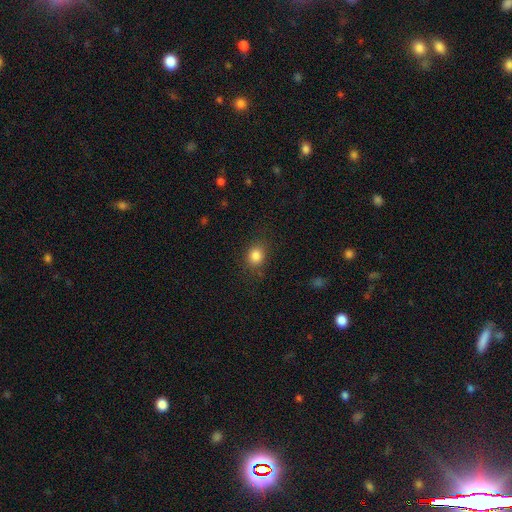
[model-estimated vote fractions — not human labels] smooth-or-featured: smooth: 84% | star or artifact: 11% | featured or disk: 5%
  how-rounded: round: 65% | in between: 34% | cigar-shaped: 1%
  merging: none: 82% | minor disturbance: 12% | major disturbance: 4% | merger: 1%